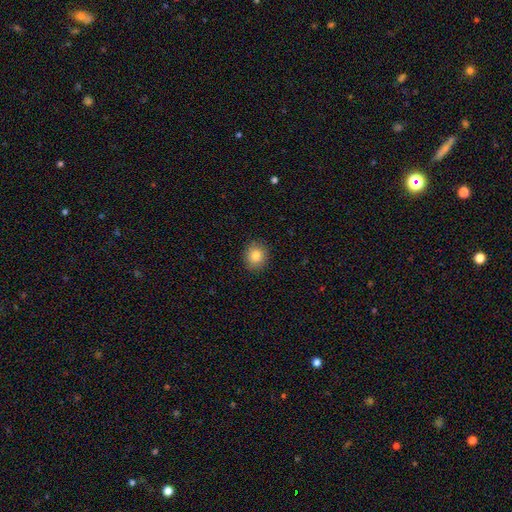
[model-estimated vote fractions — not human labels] Overall: smooth (84%). How rounded: round (72%). Merging: none (89%).